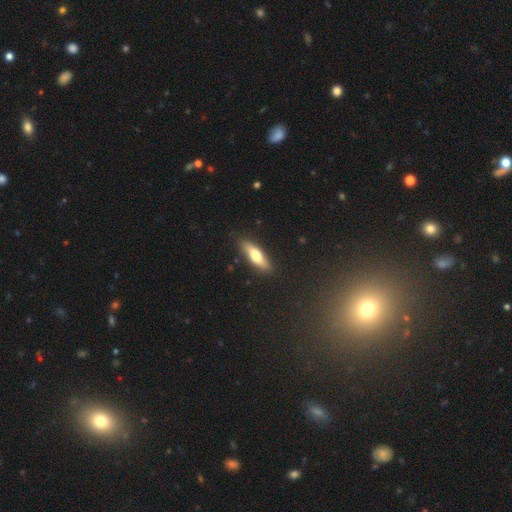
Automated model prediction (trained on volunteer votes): Smooth or featured? Predicted: smooth (p=0.67). How rounded? Predicted: cigar-shaped (p=0.56). Merging? Predicted: none (p=0.86).